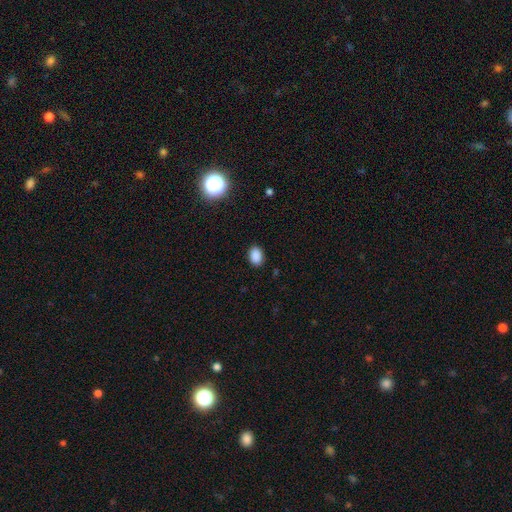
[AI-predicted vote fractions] A smooth galaxy with no disk features (87%) that is in between round and cigar-shaped (78%). Merging: none (87%).